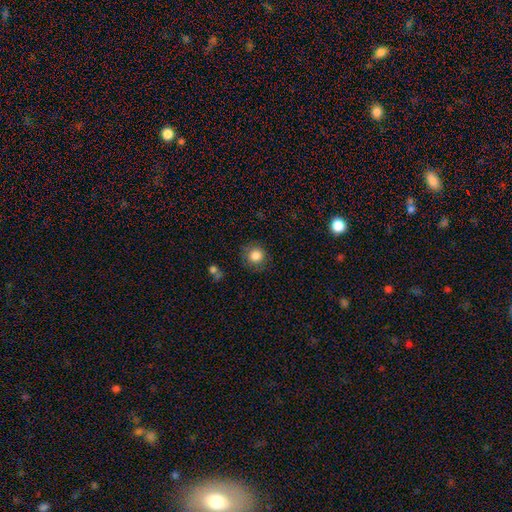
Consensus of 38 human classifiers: Overall: smooth (84%). How rounded: round (97%). Merging: none (91%).